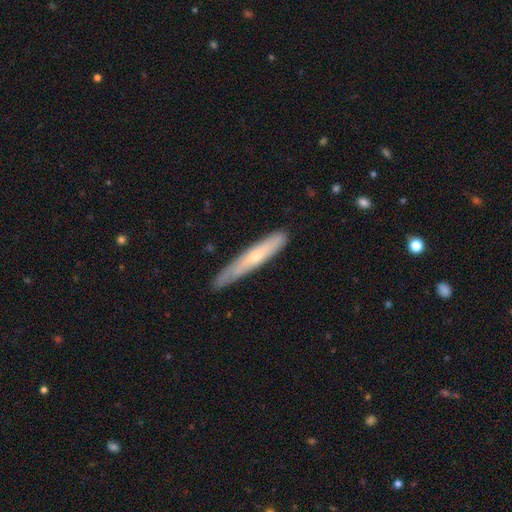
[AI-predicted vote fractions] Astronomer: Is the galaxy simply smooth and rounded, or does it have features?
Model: smooth — 51% (runner-up: featured or disk, 43%).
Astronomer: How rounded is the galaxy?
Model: cigar-shaped — 93%.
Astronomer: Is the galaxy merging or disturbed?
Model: none — 74%.